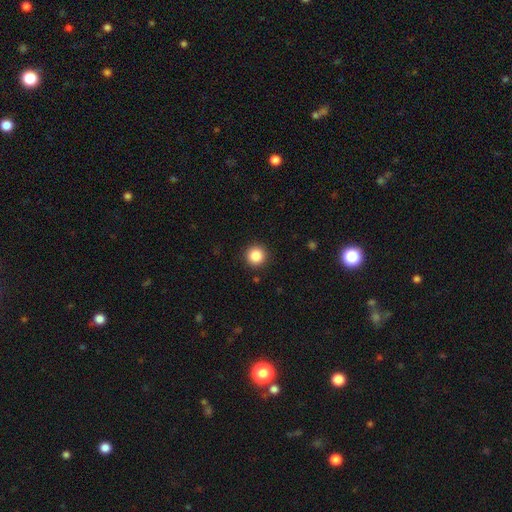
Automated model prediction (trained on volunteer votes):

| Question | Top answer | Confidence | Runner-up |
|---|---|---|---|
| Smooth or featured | smooth | 87% | star or artifact (10%) |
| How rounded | round | 96% | in between (3%) |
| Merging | none | 92% | minor disturbance (5%) |